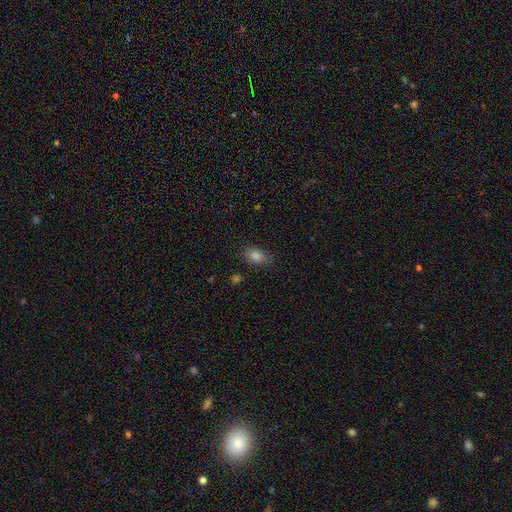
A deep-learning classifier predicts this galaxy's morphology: A smooth galaxy with no disk features (81%) that is in between round and cigar-shaped (83%). Merging: none (81%).